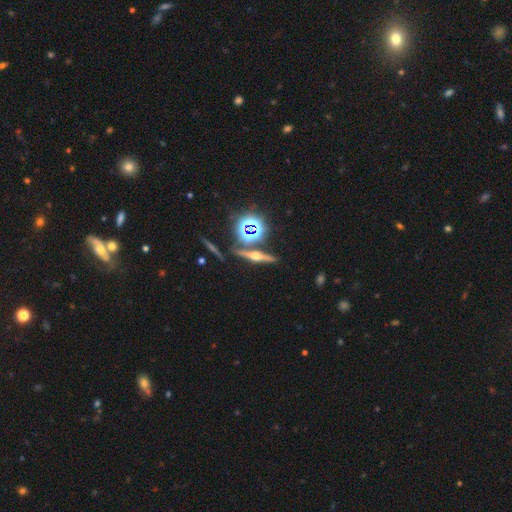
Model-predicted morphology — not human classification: Q: Smooth or featured?
A: featured or disk (64%); runner-up: star or artifact (21%)
Q: Edge-on disk?
A: yes (94%); runner-up: no (6%)
Q: Edge-on bulge?
A: rounded (94%); runner-up: boxy (4%)
Q: Merging?
A: none (84%); runner-up: minor disturbance (8%)